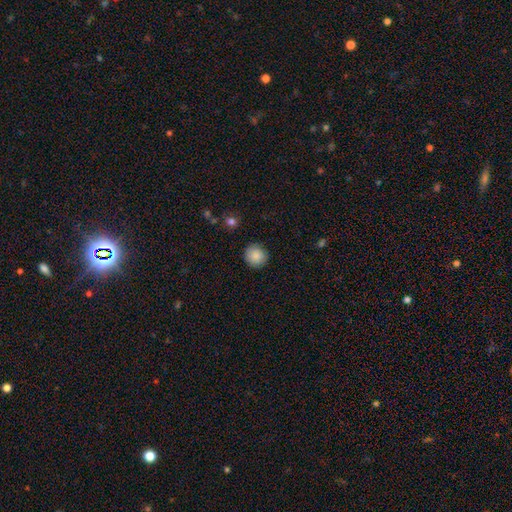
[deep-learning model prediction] This is clearly a smooth galaxy (88%). How rounded: clearly round (92%). Merging: clearly none (91%).